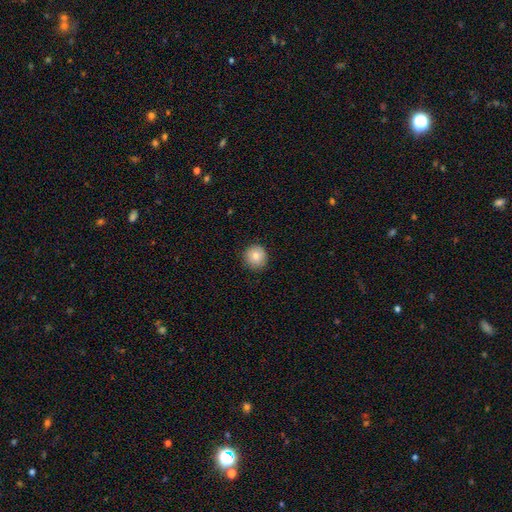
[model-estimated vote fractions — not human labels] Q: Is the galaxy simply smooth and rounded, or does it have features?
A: smooth — 77%.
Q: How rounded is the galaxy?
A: round — 92%.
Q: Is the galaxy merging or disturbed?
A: none — 87%.